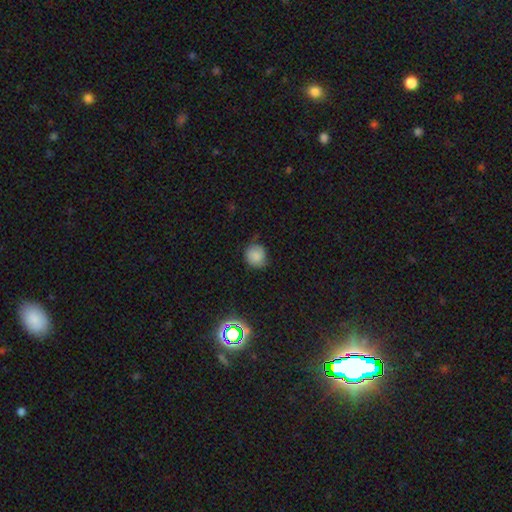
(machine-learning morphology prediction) The model was most divided on "merging": none: 73%, minor disturbance: 22%, major disturbance: 4%, merger: 1%. More confident: how rounded — round (82%); smooth or featured — smooth (82%).